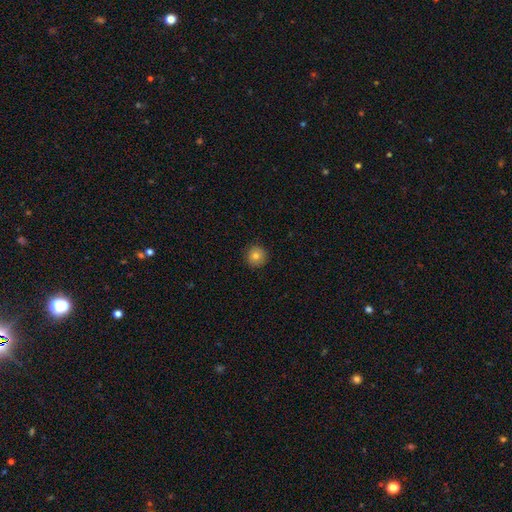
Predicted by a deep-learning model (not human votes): This is likely a smooth galaxy (79%). How rounded: clearly round (96%). Merging: clearly none (92%).